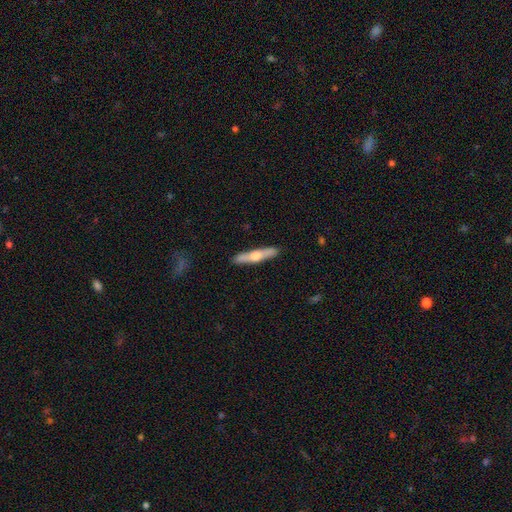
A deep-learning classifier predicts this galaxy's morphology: type=featured or disk (52%); edge-on=yes (92%); merging=none (90%).